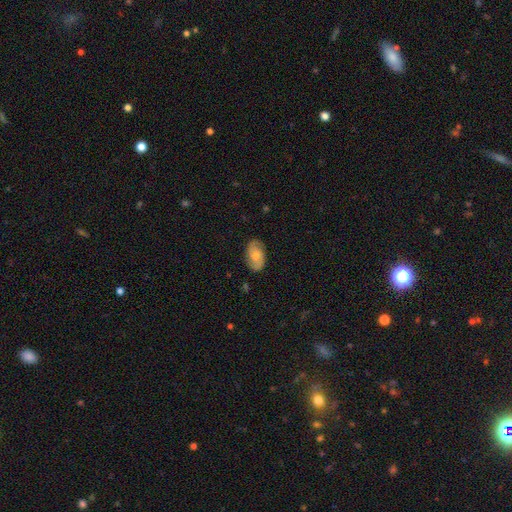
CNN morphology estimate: This is possibly a smooth galaxy (51%). How rounded: clearly in between (91%). Merging: likely none (78%).